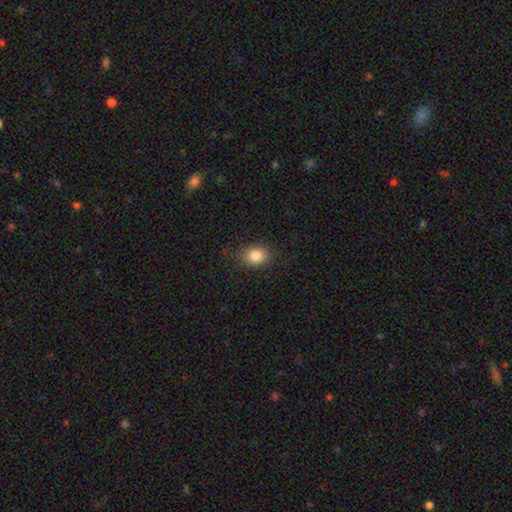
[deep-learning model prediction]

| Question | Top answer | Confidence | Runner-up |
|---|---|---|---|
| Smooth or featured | smooth | 85% | star or artifact (9%) |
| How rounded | in between | 62% | round (36%) |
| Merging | none | 82% | minor disturbance (13%) |